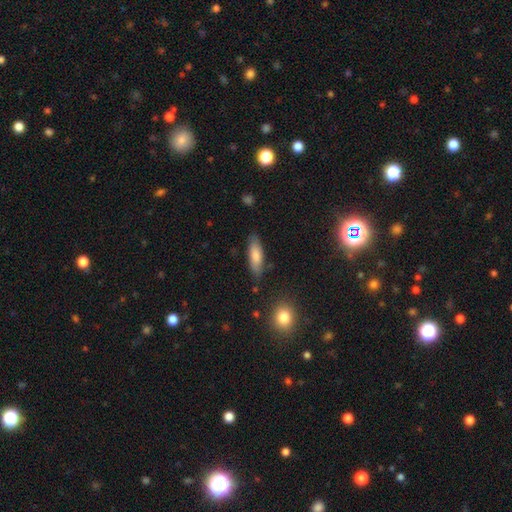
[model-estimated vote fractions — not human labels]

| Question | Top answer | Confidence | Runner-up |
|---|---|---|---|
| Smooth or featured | smooth | 78% | featured or disk (15%) |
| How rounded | in between | 53% | cigar-shaped (45%) |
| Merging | none | 79% | minor disturbance (16%) |